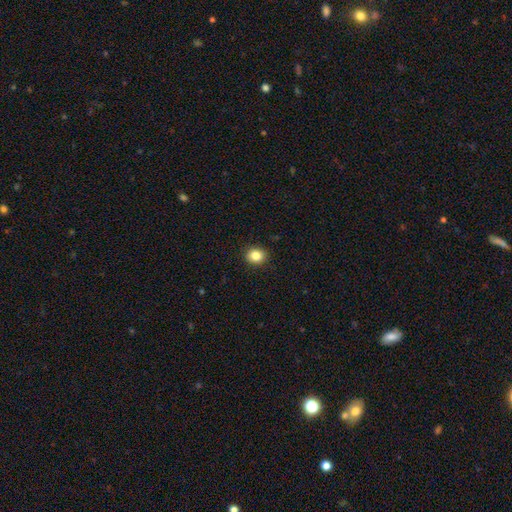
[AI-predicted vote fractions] smooth_or_featured: smooth (p=0.84) [alt: star or artifact p=0.10]
how_rounded: round (p=0.77) [alt: in between p=0.22]
merging: none (p=0.92) [alt: minor disturbance p=0.06]